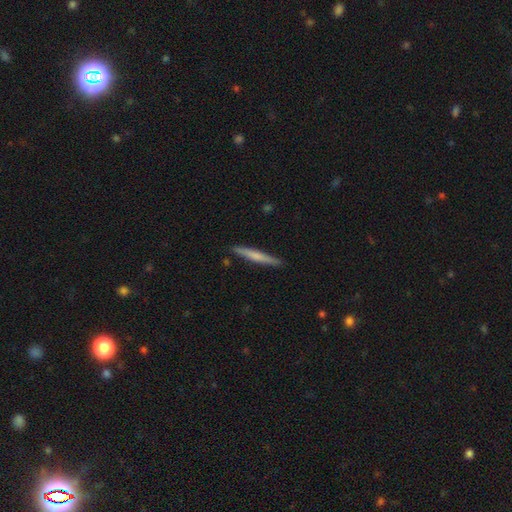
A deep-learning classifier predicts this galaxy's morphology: type=smooth (57%); roundness=cigar-shaped (96%); merging=none (90%).